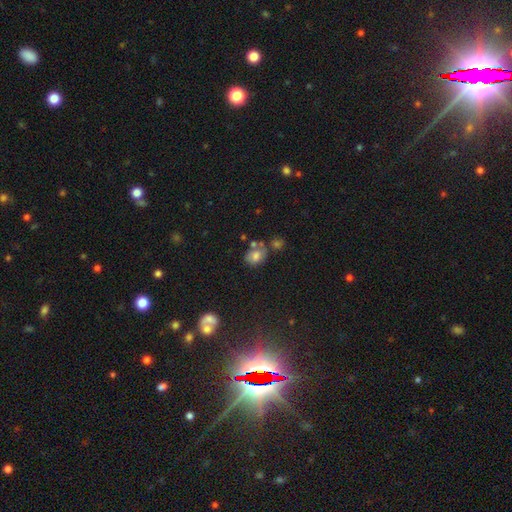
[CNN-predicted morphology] The model was most divided on "how rounded": in between: 56%, round: 43%, cigar-shaped: 1%. Remaining: smooth or featured — smooth (67%); merging — none (48%).